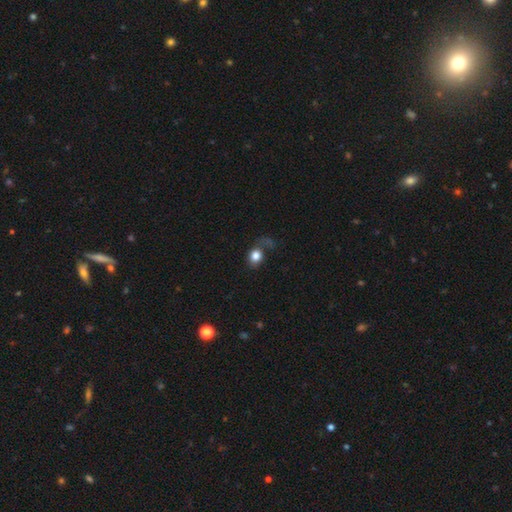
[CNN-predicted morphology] Smooth or featured? smooth (80%)
How rounded? round (60%)
Merging? none (44%)